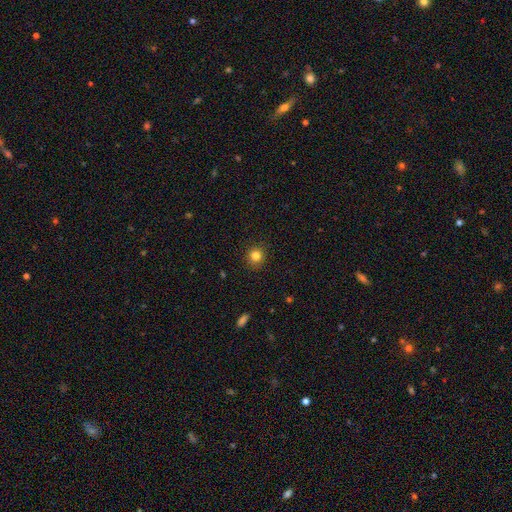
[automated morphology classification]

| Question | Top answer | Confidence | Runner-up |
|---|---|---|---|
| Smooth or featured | smooth | 82% | star or artifact (12%) |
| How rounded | round | 92% | in between (7%) |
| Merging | none | 91% | minor disturbance (6%) |